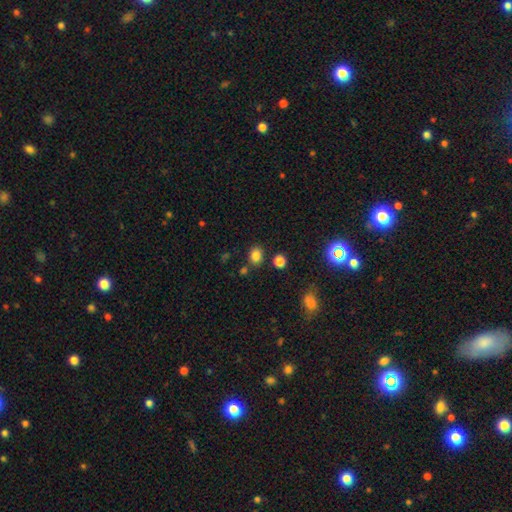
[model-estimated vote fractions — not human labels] smooth_or_featured: smooth (p=0.82) [alt: star or artifact p=0.13]
how_rounded: in between (p=0.50) [alt: round p=0.49]
merging: none (p=0.79) [alt: minor disturbance p=0.10]